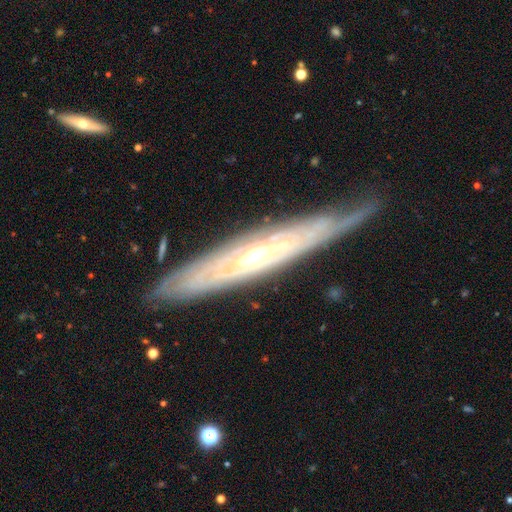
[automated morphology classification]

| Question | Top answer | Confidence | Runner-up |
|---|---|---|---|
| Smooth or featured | featured or disk | 81% | smooth (13%) |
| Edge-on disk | yes | 58% | no (42%) |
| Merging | none | 72% | minor disturbance (21%) |